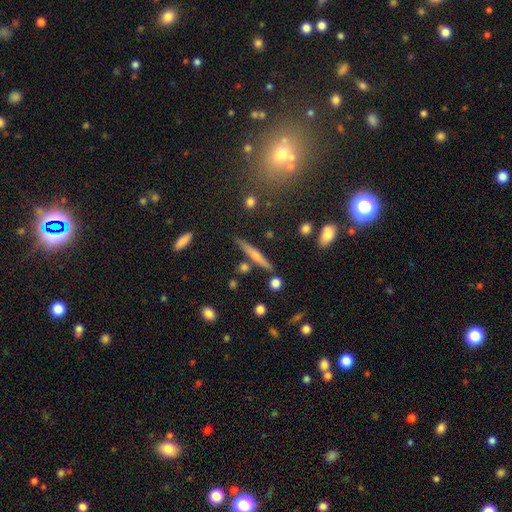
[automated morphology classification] Smooth or featured?
  - smooth: 48% *
  - featured or disk: 44%
  - star or artifact: 8%
Merging?
  - none: 80% *
  - minor disturbance: 10%
  - merger: 7%
  - major disturbance: 2%